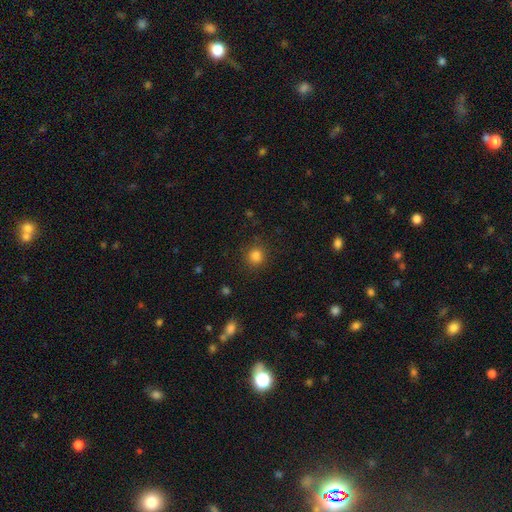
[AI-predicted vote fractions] Q: Smooth or featured?
A: smooth (84%); runner-up: star or artifact (12%)
Q: How rounded?
A: round (88%); runner-up: in between (11%)
Q: Merging?
A: none (87%); runner-up: minor disturbance (8%)